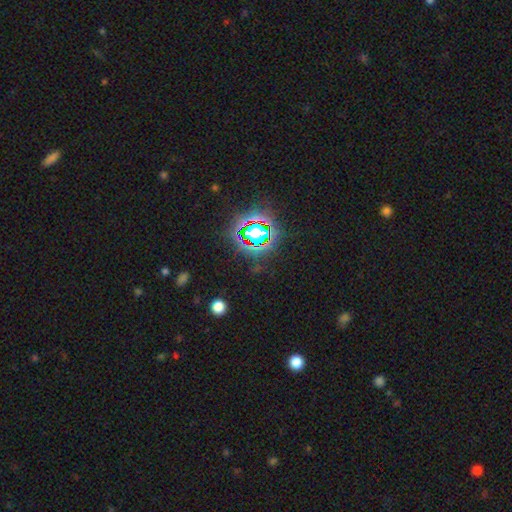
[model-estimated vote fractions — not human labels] smooth_or_featured: star or artifact (p=0.80) [alt: smooth p=0.12]